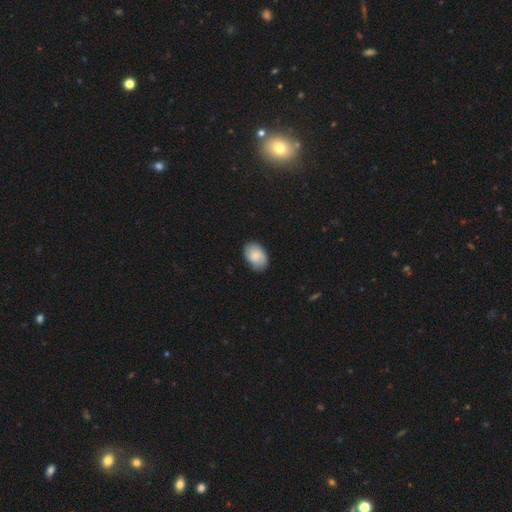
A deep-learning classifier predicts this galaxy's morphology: This appears to be a smooth galaxy with no disk features (80%) that is in between round and cigar-shaped (88%). Merging: none (78%).